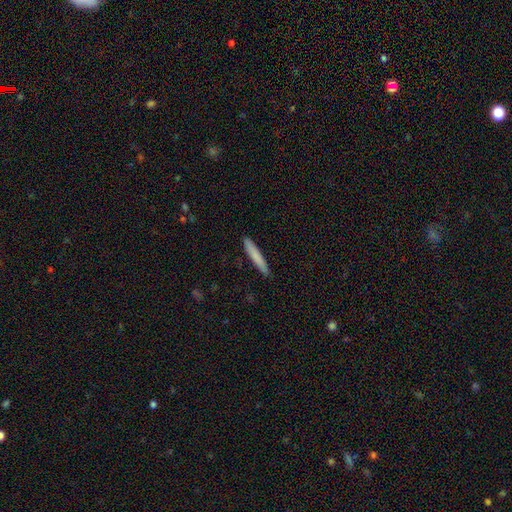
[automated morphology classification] smooth-or-featured: smooth: 78% | featured or disk: 16% | star or artifact: 6%
  how-rounded: cigar-shaped: 95% | in between: 4% | round: 1%
  merging: none: 90% | minor disturbance: 7% | major disturbance: 1% | merger: 1%